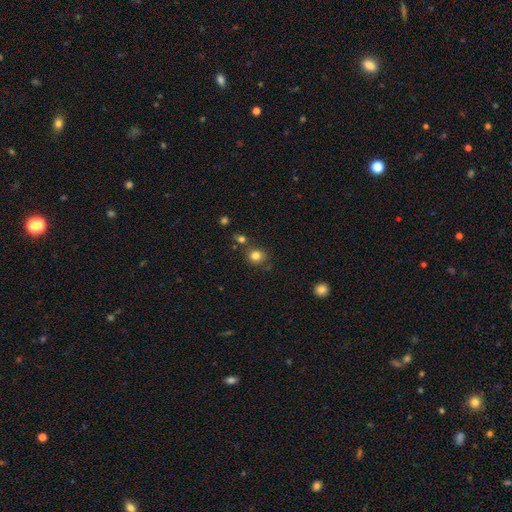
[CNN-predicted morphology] Overall: smooth (82%). How rounded: round (80%). Merging: none (74%).